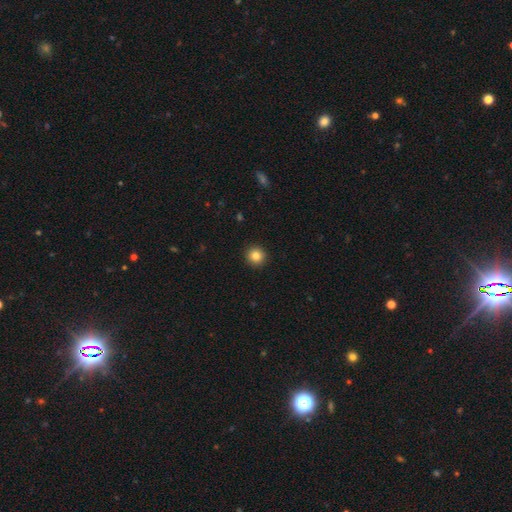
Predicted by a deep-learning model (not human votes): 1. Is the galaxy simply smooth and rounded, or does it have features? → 85% smooth, 10% star or artifact, 5% featured or disk.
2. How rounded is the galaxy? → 94% round, 5% in between, 1% cigar-shaped.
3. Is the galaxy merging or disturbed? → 93% none, 5% minor disturbance, 2% major disturbance, 1% merger.